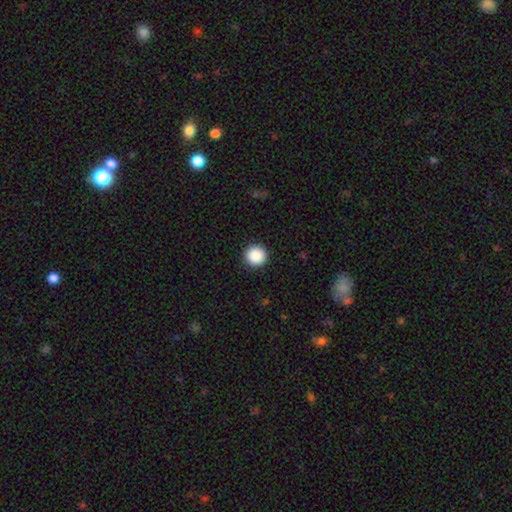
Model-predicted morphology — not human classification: The model was most divided on "smooth or featured": smooth: 88%, star or artifact: 9%, featured or disk: 3%. More confident: how rounded — round (96%); merging — none (93%).